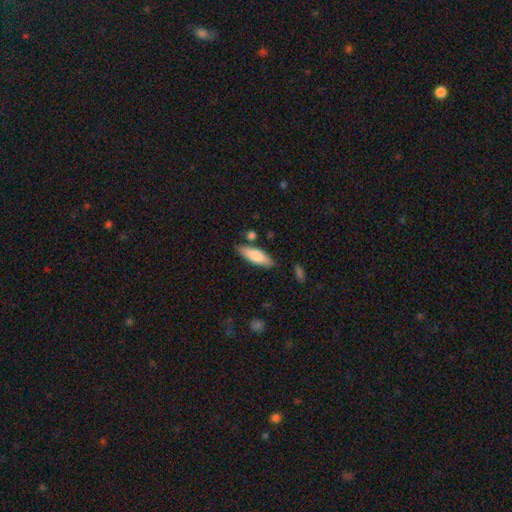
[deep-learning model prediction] smooth_or_featured: smooth (p=0.78) [alt: featured or disk p=0.16]
how_rounded: in between (p=0.58) [alt: cigar-shaped p=0.40]
merging: none (p=0.81) [alt: minor disturbance p=0.12]